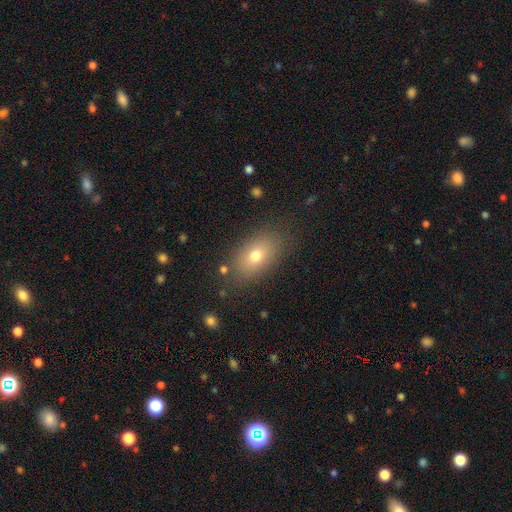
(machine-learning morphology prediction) A smooth galaxy with no disk features (74%) that is in between round and cigar-shaped (86%).

Vote fractions:
- Smooth or featured? smooth: 74% / featured or disk: 15% / star or artifact: 11%
- How rounded? in between: 86% / round: 11% / cigar-shaped: 3%
- Merging? none: 82% / minor disturbance: 12% / major disturbance: 4% / merger: 2%